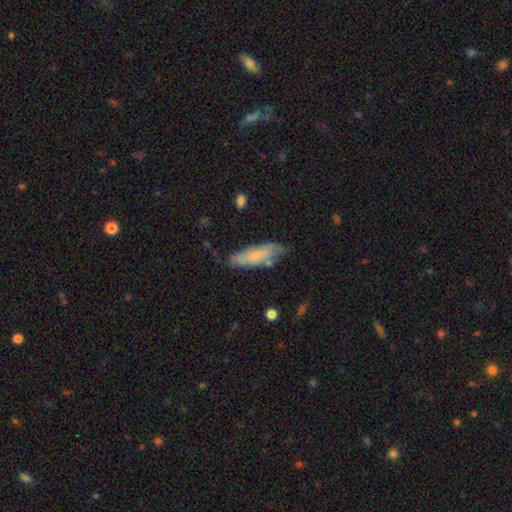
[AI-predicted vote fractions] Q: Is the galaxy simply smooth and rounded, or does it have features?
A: smooth — 68%.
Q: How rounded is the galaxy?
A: in between — 52%.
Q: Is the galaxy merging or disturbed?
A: none — 64%.